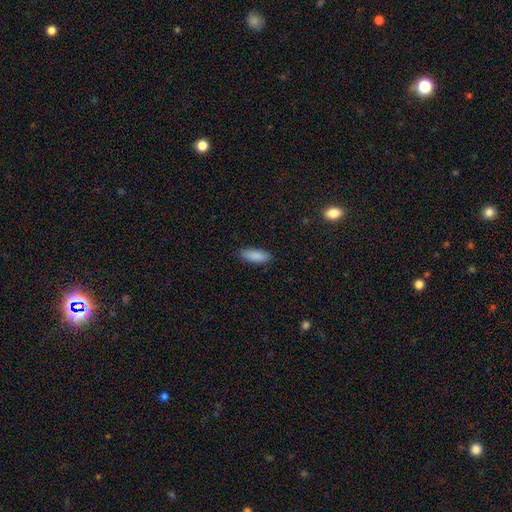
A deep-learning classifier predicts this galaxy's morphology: This appears to be a smooth galaxy with no disk features (88%) that is in between round and cigar-shaped (63%). Merging: none (88%).